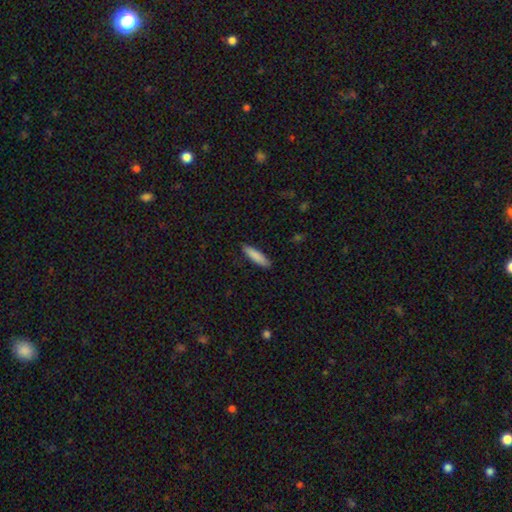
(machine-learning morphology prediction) Overall: smooth (86%). How rounded: cigar-shaped (75%). Merging: none (88%).